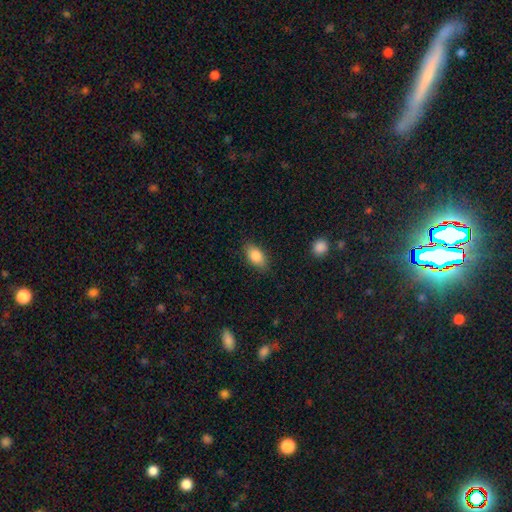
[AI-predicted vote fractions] Overall: smooth (85%). How rounded: in between (90%). Merging: none (85%).